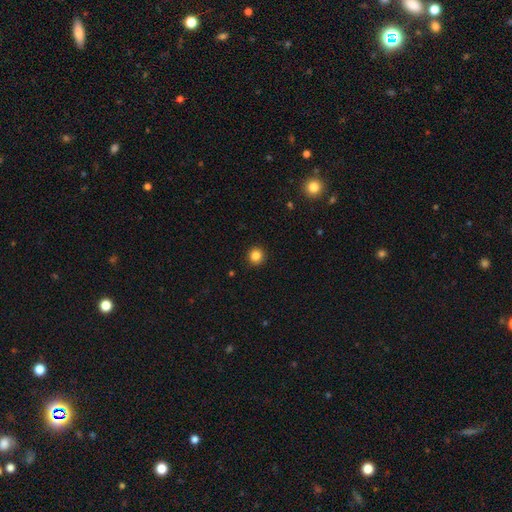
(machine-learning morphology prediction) Q: Smooth or featured?
A: smooth (84%); runner-up: star or artifact (12%)
Q: How rounded?
A: round (94%); runner-up: in between (5%)
Q: Merging?
A: none (92%); runner-up: minor disturbance (5%)